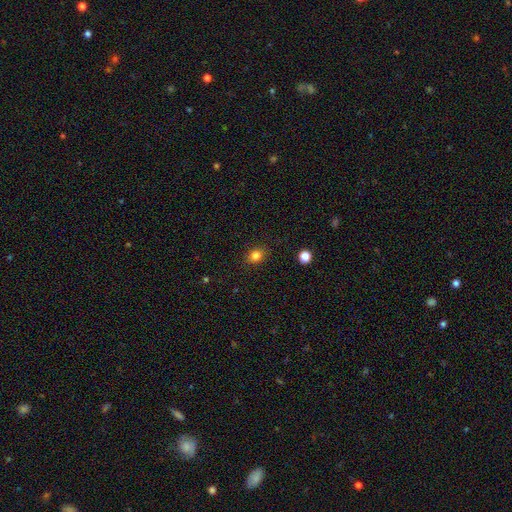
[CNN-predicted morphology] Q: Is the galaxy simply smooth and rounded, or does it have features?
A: smooth — 83%.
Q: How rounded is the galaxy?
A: round — 55%.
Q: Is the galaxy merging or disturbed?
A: none — 88%.